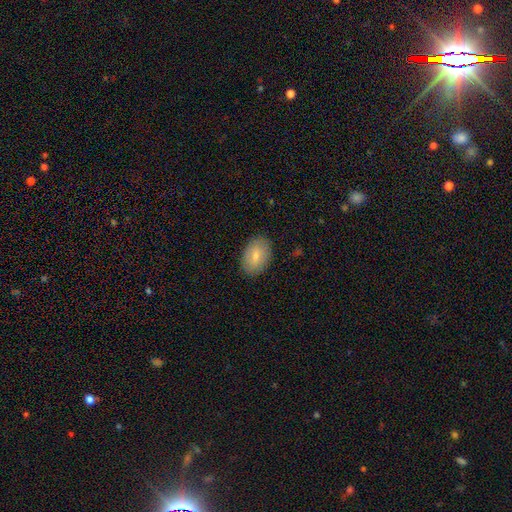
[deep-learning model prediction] This is likely a smooth galaxy (75%). How rounded: clearly in between (86%). Merging: clearly none (86%).